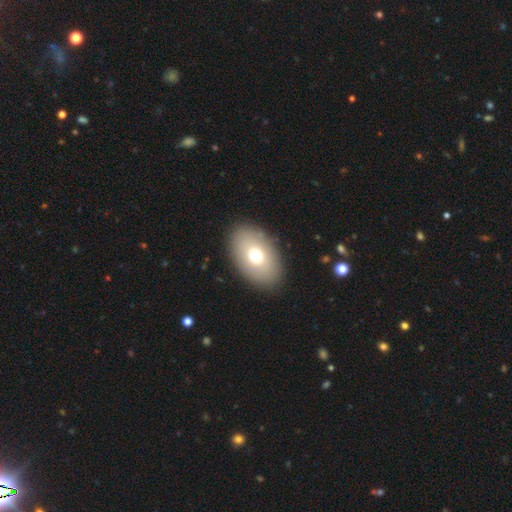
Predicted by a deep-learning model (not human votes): Smooth or featured?
  - smooth: 71% *
  - featured or disk: 20%
  - star or artifact: 9%
How rounded?
  - in between: 86% *
  - round: 12%
  - cigar-shaped: 1%
Merging?
  - none: 88% *
  - minor disturbance: 8%
  - major disturbance: 3%
  - merger: 1%